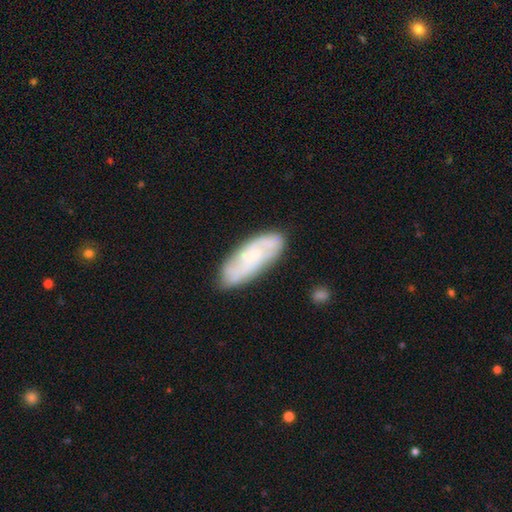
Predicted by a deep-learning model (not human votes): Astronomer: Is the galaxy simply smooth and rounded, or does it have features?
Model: featured or disk — 56% (runner-up: smooth, 36%).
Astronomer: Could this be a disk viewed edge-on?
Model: no — 87%.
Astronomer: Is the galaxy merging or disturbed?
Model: none — 81%.